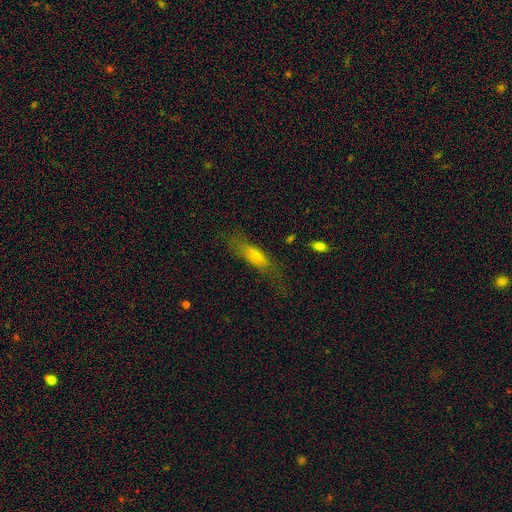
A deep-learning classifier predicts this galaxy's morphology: This appears to be a smooth galaxy with no disk features (65%) that is cigar-shaped (54%). Merging: none (59%).